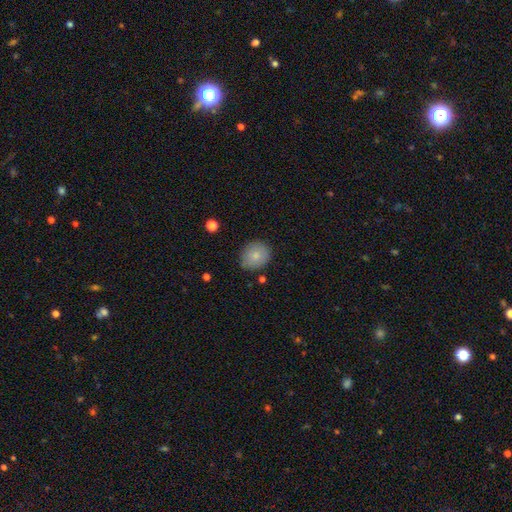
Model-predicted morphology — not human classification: smooth 81%, featured or disk 11%, star or artifact 8%. Down the decision tree: how rounded — round (71%); merging — none (81%).